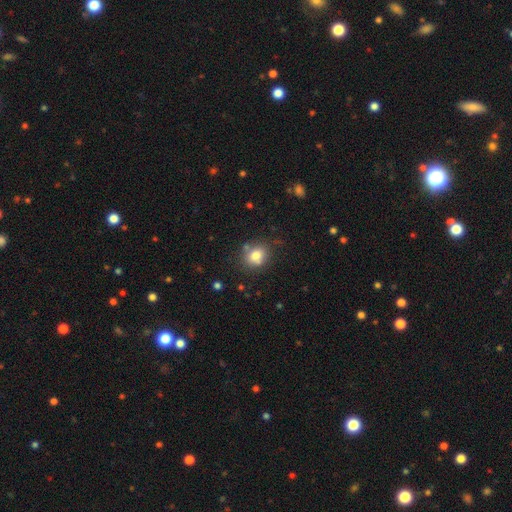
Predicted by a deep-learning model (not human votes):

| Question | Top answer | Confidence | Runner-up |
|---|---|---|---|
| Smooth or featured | smooth | 78% | star or artifact (11%) |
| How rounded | round | 64% | in between (35%) |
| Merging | none | 70% | minor disturbance (16%) |